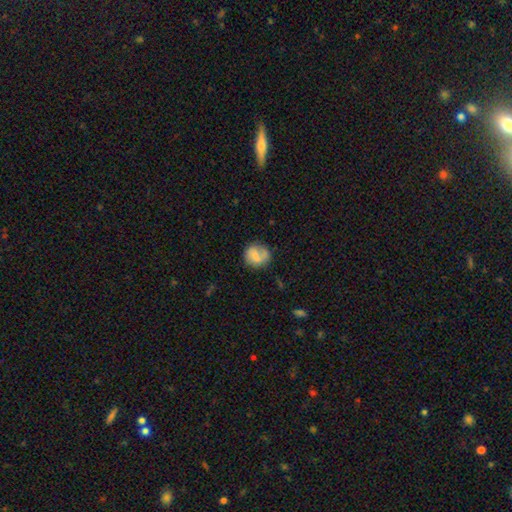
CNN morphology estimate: Smooth or featured?
  - smooth: 65% *
  - featured or disk: 27%
  - star or artifact: 8%
How rounded?
  - round: 78% *
  - in between: 21%
  - cigar-shaped: 1%
Merging?
  - none: 63% *
  - minor disturbance: 22%
  - major disturbance: 10%
  - merger: 5%